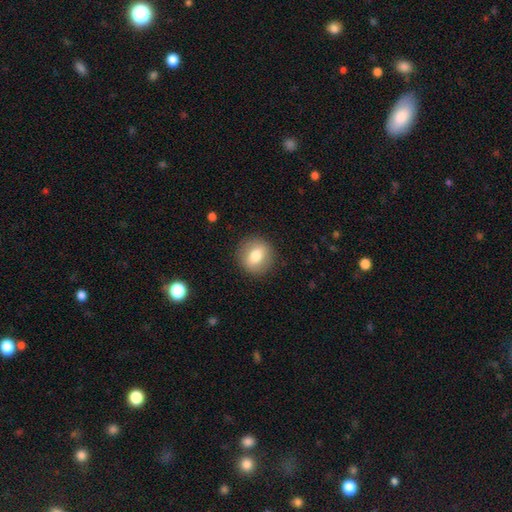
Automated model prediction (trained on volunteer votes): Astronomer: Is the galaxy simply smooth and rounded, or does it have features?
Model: smooth — 72%.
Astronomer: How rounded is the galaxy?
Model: round — 85%.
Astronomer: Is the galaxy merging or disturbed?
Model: none — 89%.